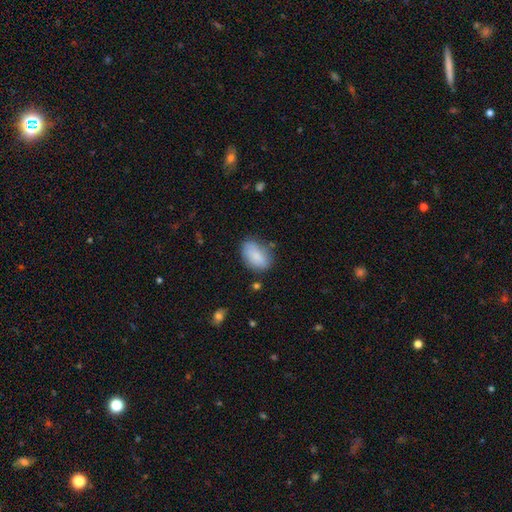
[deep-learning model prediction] Morphology: type=smooth (83%); roundness=in between (89%); merging=none (70%).